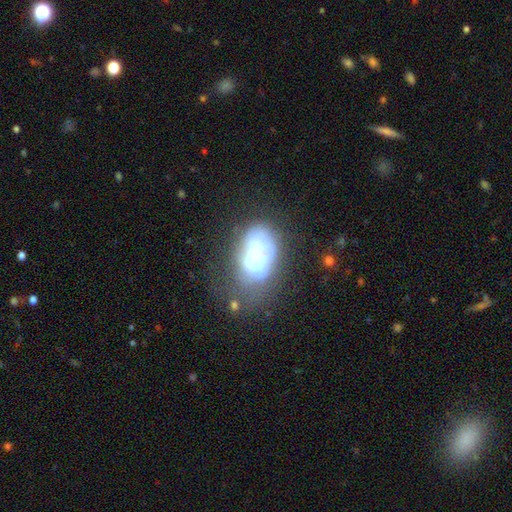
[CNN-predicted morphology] smooth-or-featured: featured or disk: 52% | smooth: 36% | star or artifact: 12%
  disk-edge-on: no: 96% | yes: 4%
  merging: merger: 30% | major disturbance: 27% | none: 25% | minor disturbance: 18%